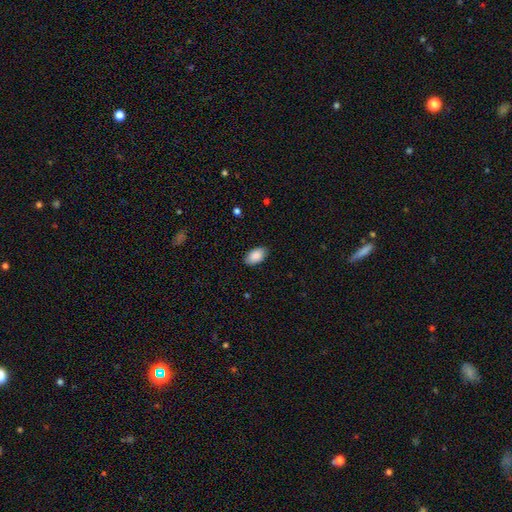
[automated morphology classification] This is clearly a smooth galaxy (89%). How rounded: clearly in between (94%). Merging: clearly none (84%).